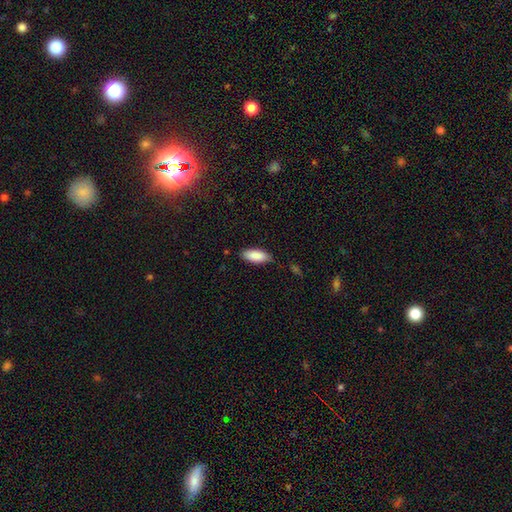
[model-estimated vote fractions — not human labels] Smooth or featured?
  - smooth: 88% *
  - featured or disk: 6%
  - star or artifact: 6%
How rounded?
  - in between: 82% *
  - cigar-shaped: 16%
  - round: 2%
Merging?
  - none: 82% *
  - minor disturbance: 14%
  - major disturbance: 3%
  - merger: 1%